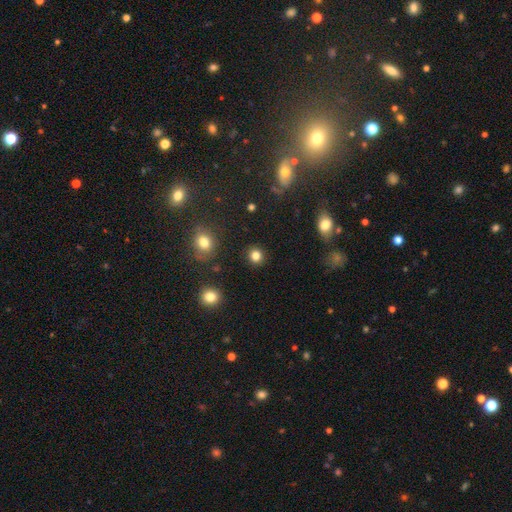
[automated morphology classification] A smooth galaxy with no disk features (83%) that is round (88%). Merging: none (90%).